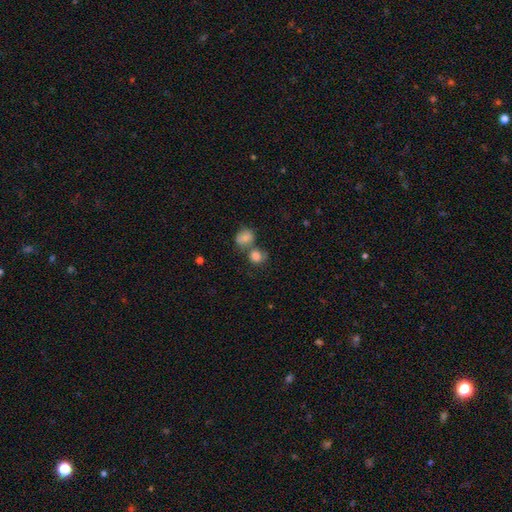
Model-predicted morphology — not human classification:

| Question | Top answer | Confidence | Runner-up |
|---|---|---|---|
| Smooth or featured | smooth | 80% | star or artifact (11%) |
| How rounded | round | 77% | in between (22%) |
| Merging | none | 43% | merger (41%) |